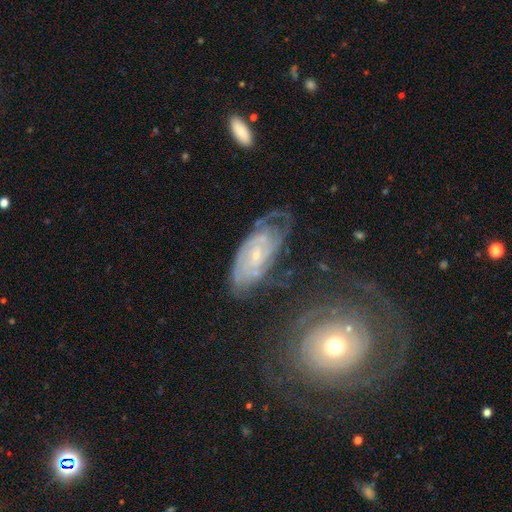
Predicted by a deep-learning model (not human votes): The model was most divided on "spiral arm count": can't tell: 49%, 2: 24%, 3: 12%, 4: 6%, 1: 4%, more than 4: 4%. More confident: edge-on disk — no (93%); spiral arms — yes (89%); smooth or featured — featured or disk (78%); bulge size — small (73%); spiral winding — tight (67%); bar — no (61%); merging — none (54%).